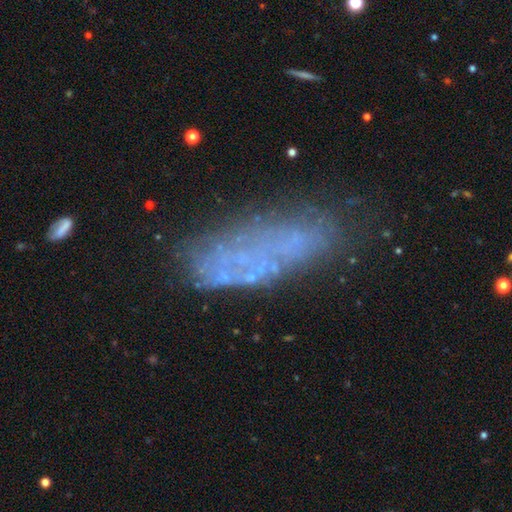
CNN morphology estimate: smooth_or_featured: featured or disk (p=0.43) [alt: smooth p=0.39]
merging: none (p=0.60) [alt: minor disturbance p=0.20]